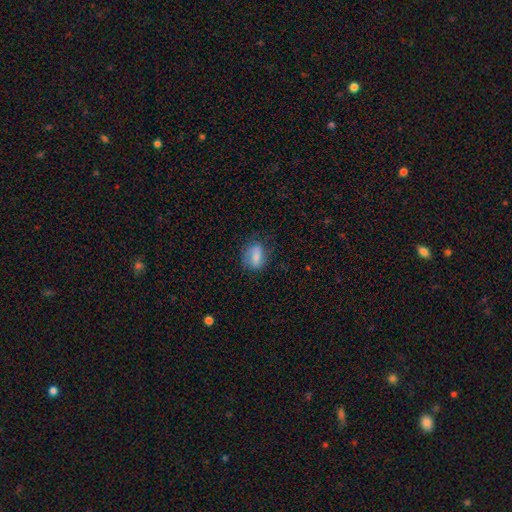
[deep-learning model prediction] smooth-or-featured: smooth: 71% | featured or disk: 21% | star or artifact: 9%
  how-rounded: in between: 77% | round: 20% | cigar-shaped: 3%
  merging: none: 60% | minor disturbance: 26% | major disturbance: 13% | merger: 2%